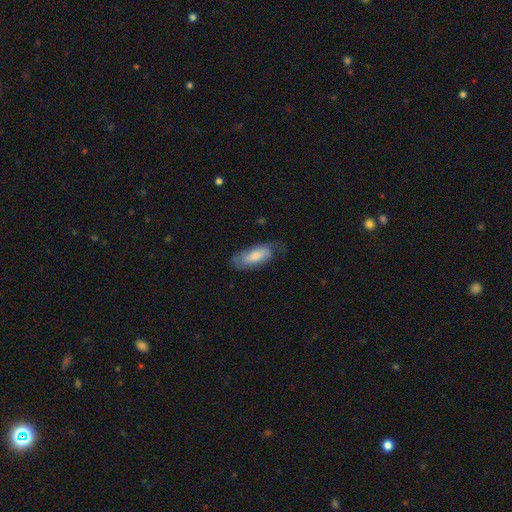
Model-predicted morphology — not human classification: The model was most divided on "merging": none: 58%, minor disturbance: 28%, major disturbance: 13%, merger: 1%. More confident: how rounded — in between (78%); smooth or featured — smooth (62%).